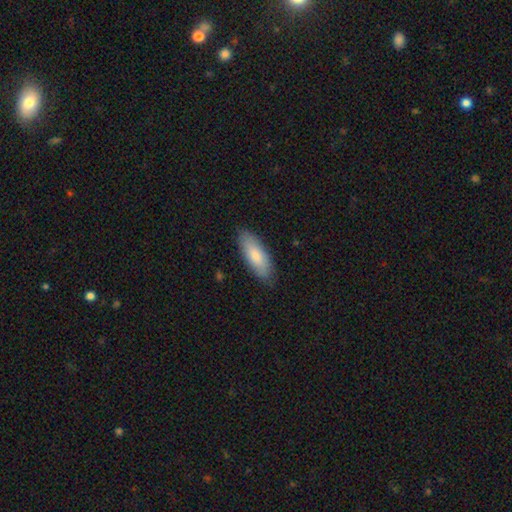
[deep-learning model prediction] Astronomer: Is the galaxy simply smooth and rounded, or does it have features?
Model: smooth — 80%.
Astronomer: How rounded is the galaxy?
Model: in between — 69%.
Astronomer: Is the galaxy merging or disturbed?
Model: none — 85%.